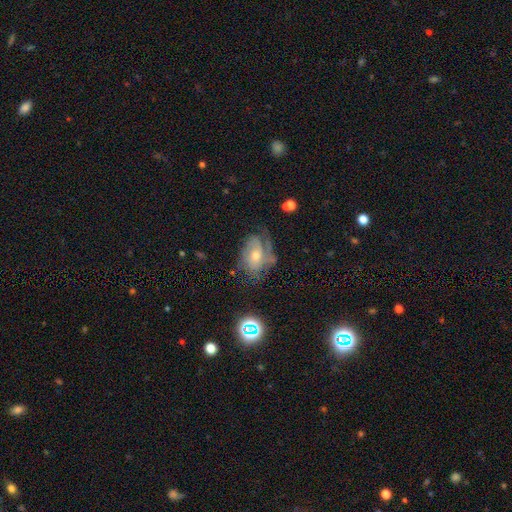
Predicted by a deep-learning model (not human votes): This is likely a featured or disk galaxy (66%). It is clearly not viewed edge-on (96%). Bar: likely no (67%). Spiral arm pattern: clearly yes (85%). Spiral arm count: marginally can't tell (39%). Spiral winding: possibly tight (48%). Central bulge: possibly moderate (56%). Merging: possibly none (54%).